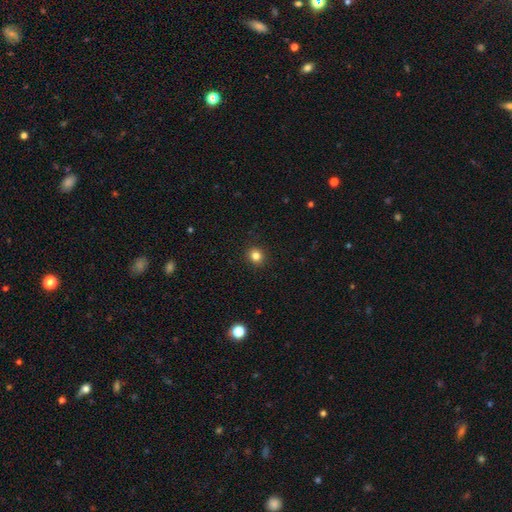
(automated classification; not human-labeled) Smooth or featured?
  - smooth: 83% *
  - star or artifact: 12%
  - featured or disk: 5%
How rounded?
  - round: 88% *
  - in between: 11%
  - cigar-shaped: 1%
Merging?
  - none: 92% *
  - minor disturbance: 5%
  - major disturbance: 2%
  - merger: 1%